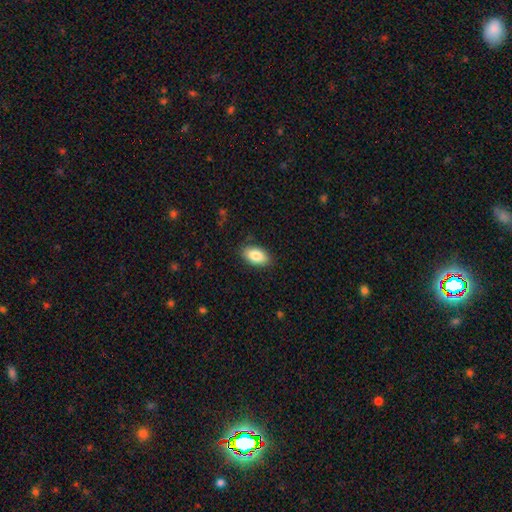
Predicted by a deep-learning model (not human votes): A smooth galaxy with no disk features (85%) that is in between round and cigar-shaped (93%).

Vote fractions:
- Smooth or featured? smooth: 85% / featured or disk: 8% / star or artifact: 7%
- How rounded? in between: 93% / round: 4% / cigar-shaped: 3%
- Merging? none: 86% / minor disturbance: 10% / major disturbance: 2% / merger: 1%